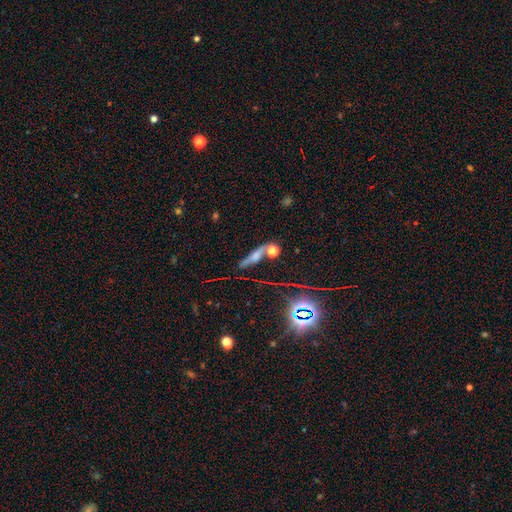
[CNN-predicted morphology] smooth-or-featured: featured or disk: 42% | smooth: 40% | star or artifact: 19%
  merging: none: 60% | minor disturbance: 16% | merger: 16% | major disturbance: 7%